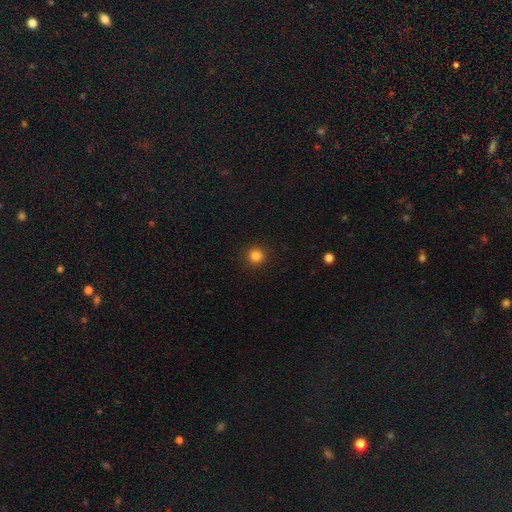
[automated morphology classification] Smooth or featured: smooth — 84% (star or artifact — 13%)
How rounded: round — 94% (in between — 5%)
Merging: none — 92% (minor disturbance — 5%)